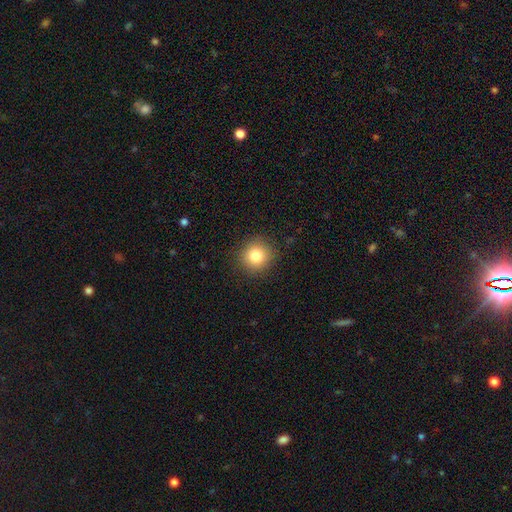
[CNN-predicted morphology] This is clearly a smooth galaxy (82%). How rounded: clearly round (90%). Merging: clearly none (89%).